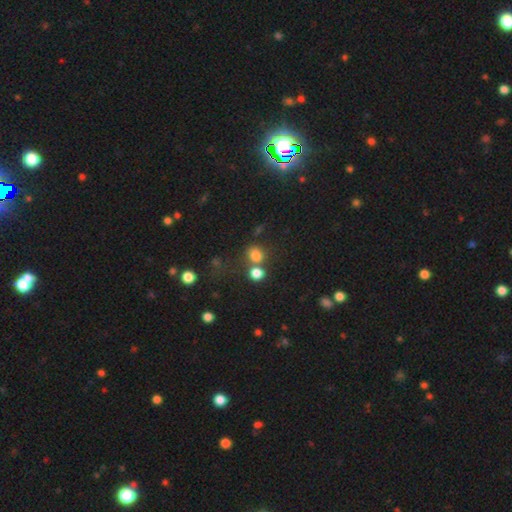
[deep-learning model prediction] Q: Smooth or featured?
A: smooth (77%); runner-up: star or artifact (16%)
Q: How rounded?
A: round (70%); runner-up: in between (29%)
Q: Merging?
A: none (54%); runner-up: merger (31%)